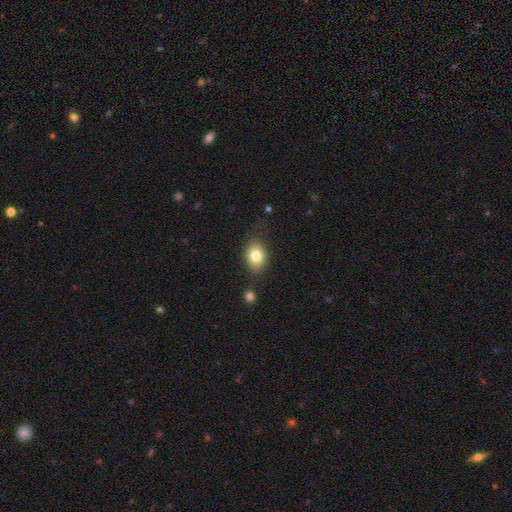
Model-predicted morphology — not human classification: Smooth or featured?
  - smooth: 80% *
  - featured or disk: 11%
  - star or artifact: 9%
How rounded?
  - in between: 72% *
  - round: 27%
  - cigar-shaped: 1%
Merging?
  - none: 76% *
  - minor disturbance: 16%
  - major disturbance: 5%
  - merger: 4%